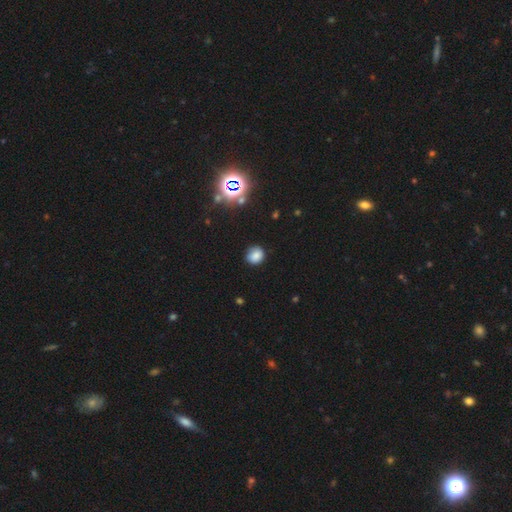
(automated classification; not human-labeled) Q: Smooth or featured?
A: smooth (78%); runner-up: star or artifact (15%)
Q: How rounded?
A: round (78%); runner-up: in between (21%)
Q: Merging?
A: none (78%); runner-up: minor disturbance (17%)